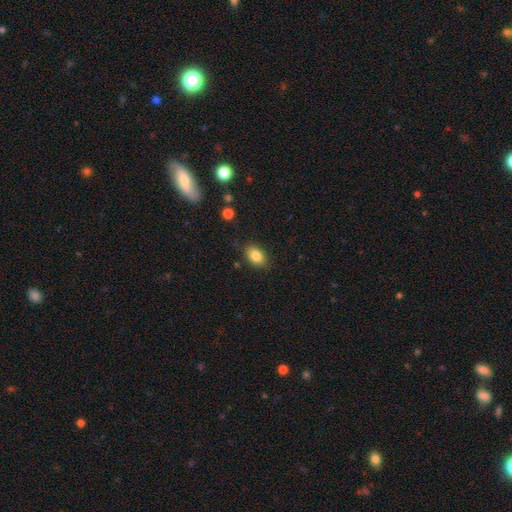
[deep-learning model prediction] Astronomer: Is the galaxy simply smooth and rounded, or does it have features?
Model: smooth — 83%.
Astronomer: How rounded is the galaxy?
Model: in between — 83%.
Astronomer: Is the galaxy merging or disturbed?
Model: none — 84%.